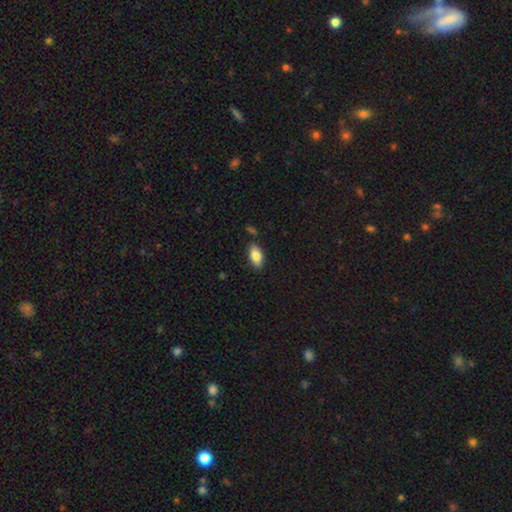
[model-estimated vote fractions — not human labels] A smooth galaxy with no disk features (84%) that is in between round and cigar-shaped (93%). Merging: none (84%).